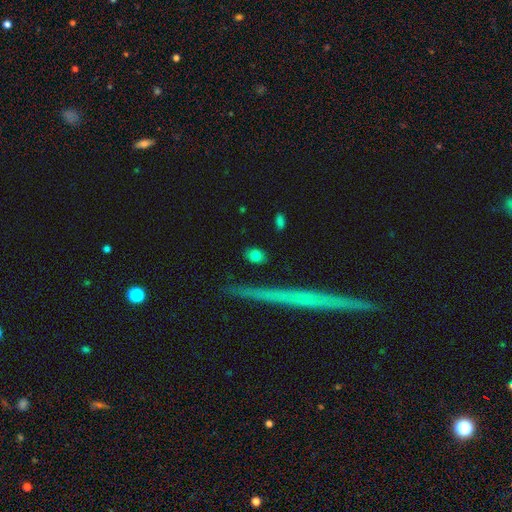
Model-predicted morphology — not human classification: Overall: smooth (81%). How rounded: in between (47%; round 46%). Merging: none (84%).